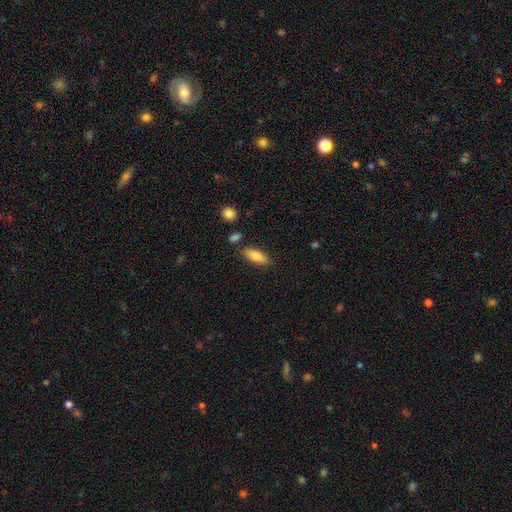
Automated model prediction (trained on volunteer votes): Overall: smooth (79%). How rounded: in between (64%; cigar-shaped 34%). Merging: none (80%).